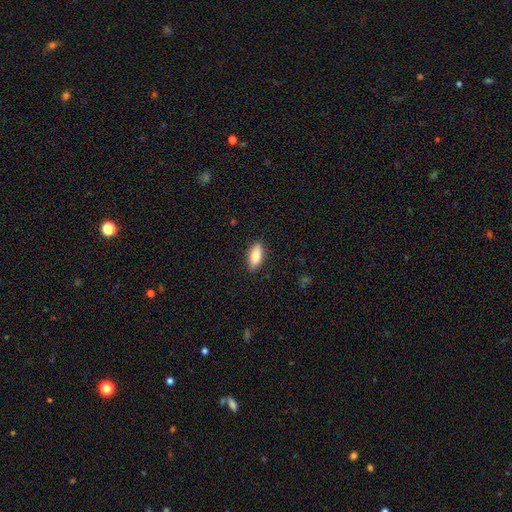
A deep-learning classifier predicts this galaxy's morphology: smooth_or_featured: smooth (p=0.86) [alt: featured or disk p=0.08]
how_rounded: in between (p=0.83) [alt: cigar-shaped p=0.15]
merging: none (p=0.87) [alt: minor disturbance p=0.10]